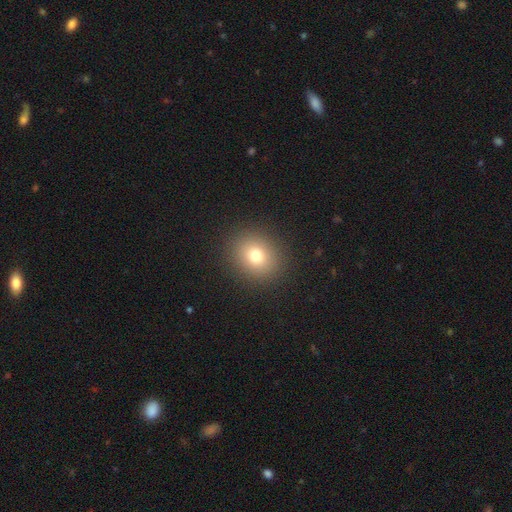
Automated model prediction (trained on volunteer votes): This appears to be a smooth galaxy with no disk features (76%) that is round (75%). Merging: none (90%).